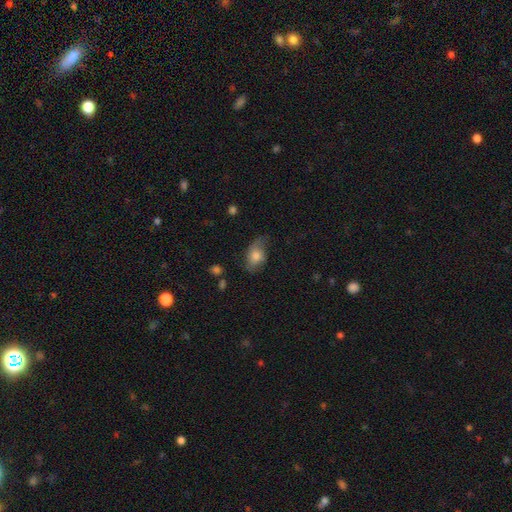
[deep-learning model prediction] A smooth galaxy with no disk features (66%) that is in between round and cigar-shaped (86%). Merging: none (50%).